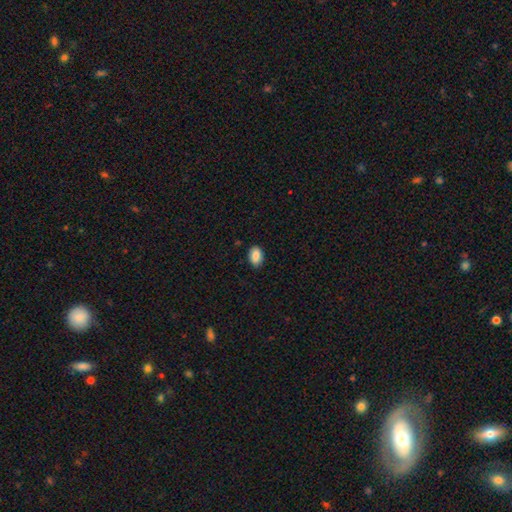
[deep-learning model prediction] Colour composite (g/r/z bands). It shows a smooth galaxy with no disk features (87%) that is in between round and cigar-shaped (85%). Merging: none (88%).